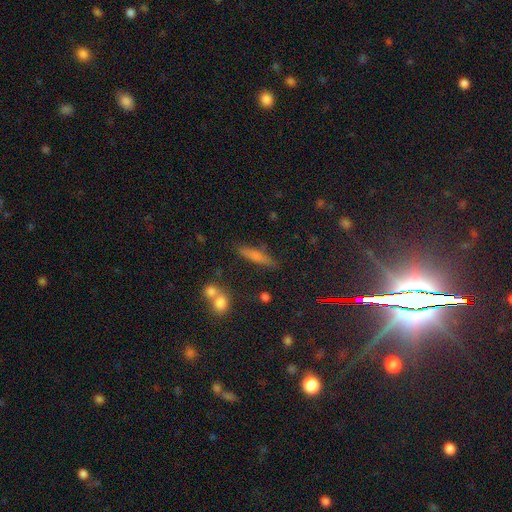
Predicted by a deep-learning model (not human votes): smooth_or_featured: smooth (p=0.63) [alt: featured or disk p=0.25]
how_rounded: cigar-shaped (p=0.80) [alt: in between p=0.17]
merging: none (p=0.77) [alt: minor disturbance p=0.13]